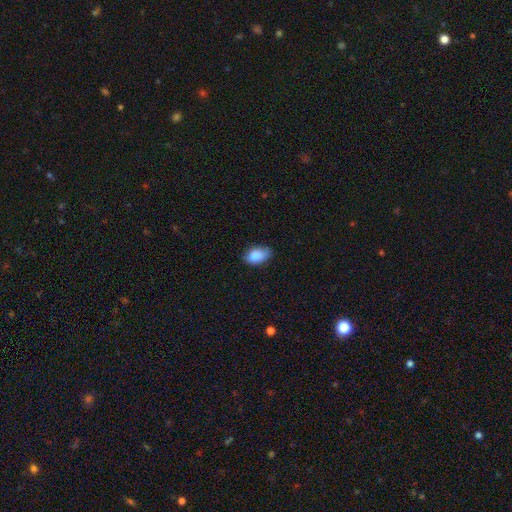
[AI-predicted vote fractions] Smooth or featured?
  - smooth: 86% *
  - star or artifact: 7%
  - featured or disk: 7%
How rounded?
  - in between: 89% *
  - round: 10%
  - cigar-shaped: 1%
Merging?
  - none: 65% *
  - minor disturbance: 29%
  - major disturbance: 5%
  - merger: 2%